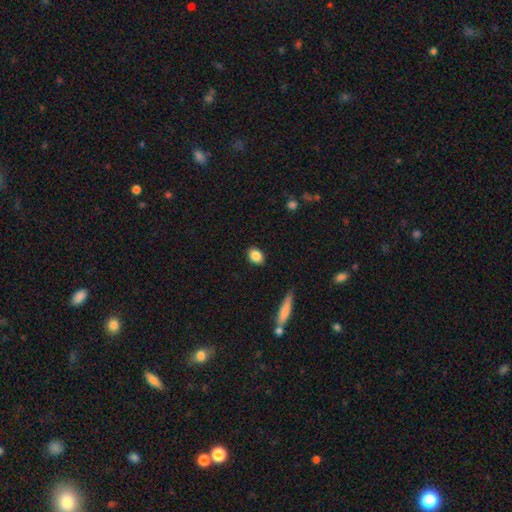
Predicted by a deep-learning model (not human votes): Overall: smooth (87%). How rounded: in between (71%). Merging: none (87%).